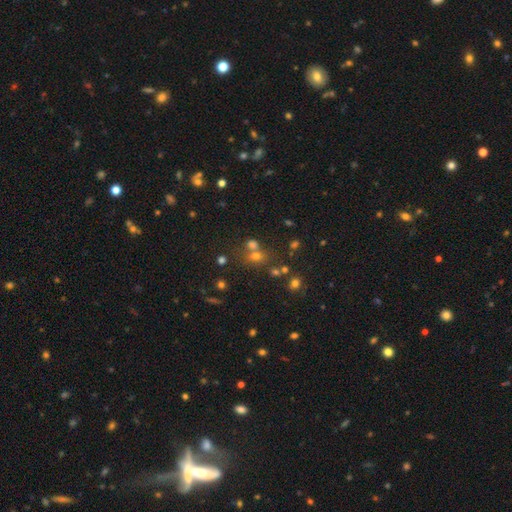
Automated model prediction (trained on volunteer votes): Smooth or featured? smooth (51%)
How rounded? round (76%)
Merging? none (55%)